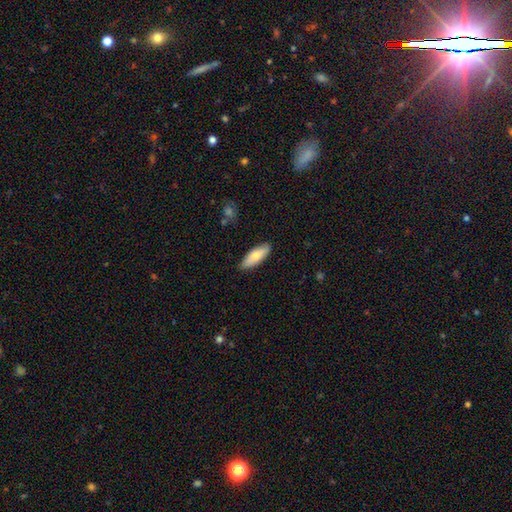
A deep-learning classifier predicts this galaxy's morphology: Overall: smooth (72%). How rounded: in between (66%; cigar-shaped 32%). Merging: none (85%).